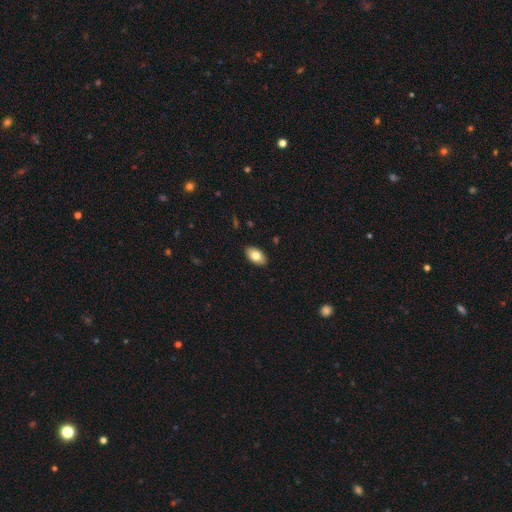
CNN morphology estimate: type=smooth (79%); roundness=in between (93%); merging=none (89%).